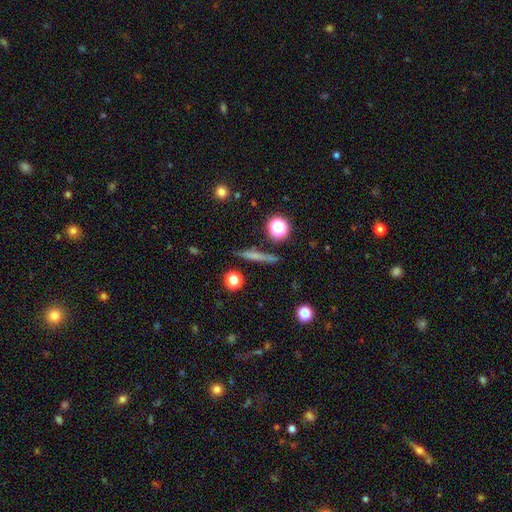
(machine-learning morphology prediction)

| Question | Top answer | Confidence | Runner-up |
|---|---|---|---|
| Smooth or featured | smooth | 55% | featured or disk (33%) |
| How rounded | cigar-shaped | 86% | round (8%) |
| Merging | none | 86% | minor disturbance (9%) |